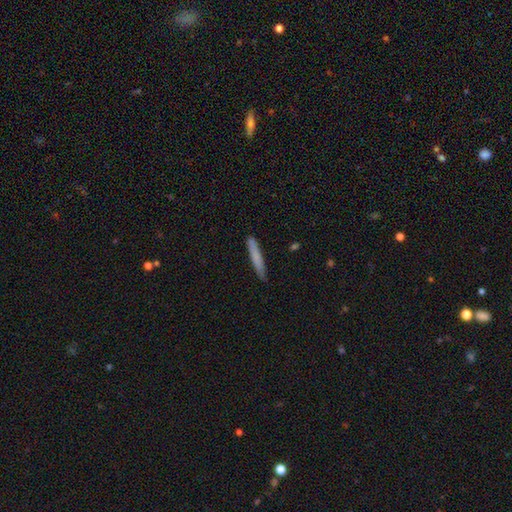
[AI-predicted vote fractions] Q: Smooth or featured?
A: smooth (75%); runner-up: featured or disk (18%)
Q: How rounded?
A: cigar-shaped (95%); runner-up: in between (4%)
Q: Merging?
A: none (86%); runner-up: minor disturbance (11%)